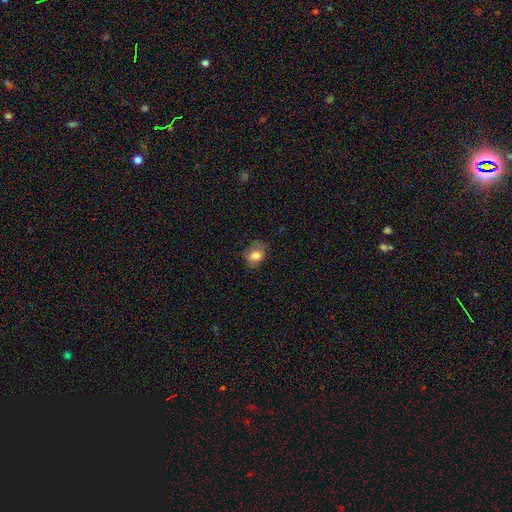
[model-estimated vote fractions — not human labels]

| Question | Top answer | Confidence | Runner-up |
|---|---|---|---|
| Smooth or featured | smooth | 80% | featured or disk (11%) |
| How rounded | in between | 59% | round (40%) |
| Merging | none | 55% | minor disturbance (29%) |